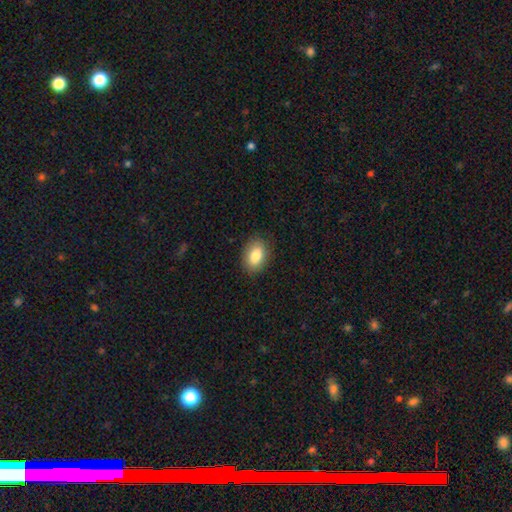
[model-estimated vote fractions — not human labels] This is clearly a smooth galaxy (84%). How rounded: clearly in between (85%). Merging: clearly none (87%).